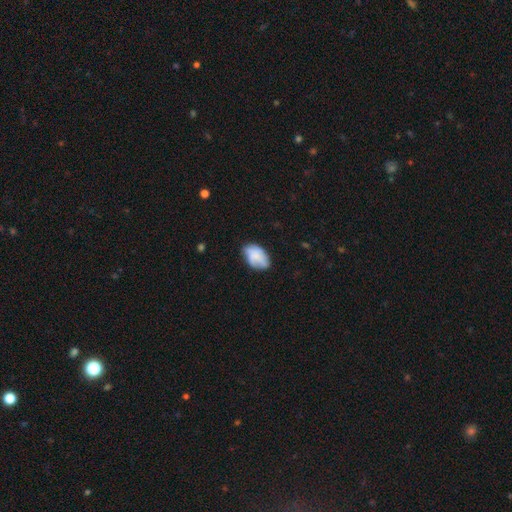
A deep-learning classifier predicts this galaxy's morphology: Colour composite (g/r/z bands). It shows a smooth galaxy with no disk features (66%) that is in between round and cigar-shaped (89%). Merging: none (58%).